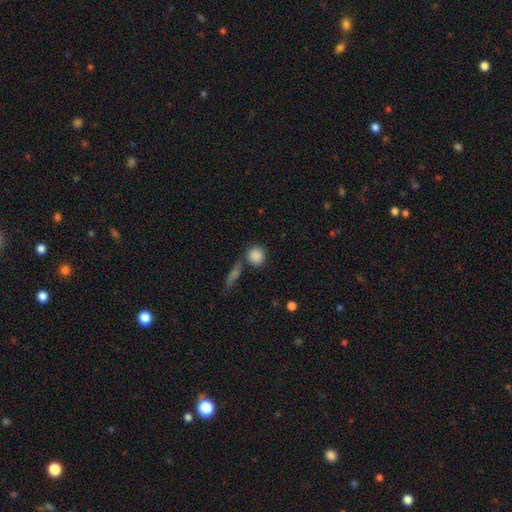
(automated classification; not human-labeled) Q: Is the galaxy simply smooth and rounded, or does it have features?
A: smooth — 86%.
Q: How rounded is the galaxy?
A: round — 84%.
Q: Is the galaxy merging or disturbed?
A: none — 68%.